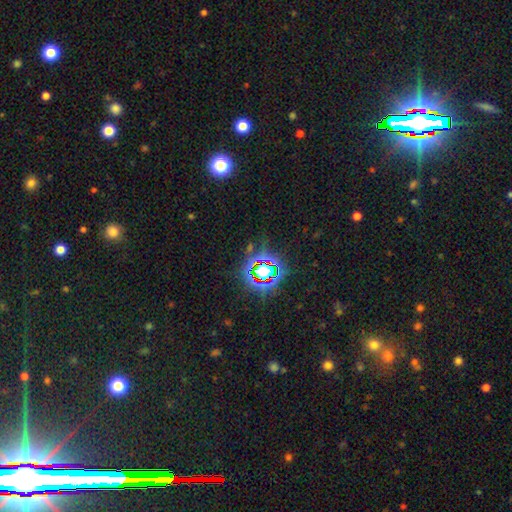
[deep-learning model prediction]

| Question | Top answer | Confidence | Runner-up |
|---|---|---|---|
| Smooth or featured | star or artifact | 80% | smooth (12%) |